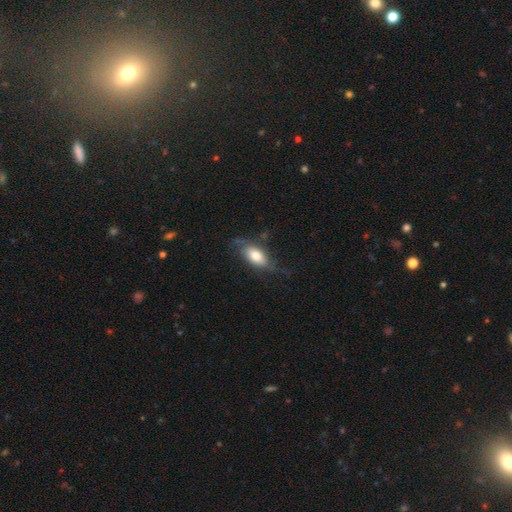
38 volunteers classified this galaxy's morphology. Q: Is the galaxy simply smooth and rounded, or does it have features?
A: smooth — 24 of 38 (63%).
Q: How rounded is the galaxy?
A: in between — 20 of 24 (83%).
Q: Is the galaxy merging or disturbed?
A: none — 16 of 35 (46%).